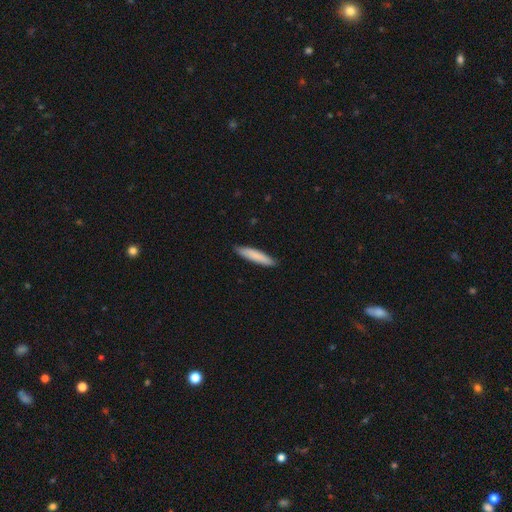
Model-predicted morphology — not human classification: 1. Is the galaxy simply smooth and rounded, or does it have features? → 85% smooth, 10% featured or disk, 5% star or artifact.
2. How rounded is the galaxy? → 85% cigar-shaped, 14% in between, 1% round.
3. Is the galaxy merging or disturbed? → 89% none, 9% minor disturbance, 1% major disturbance, 1% merger.